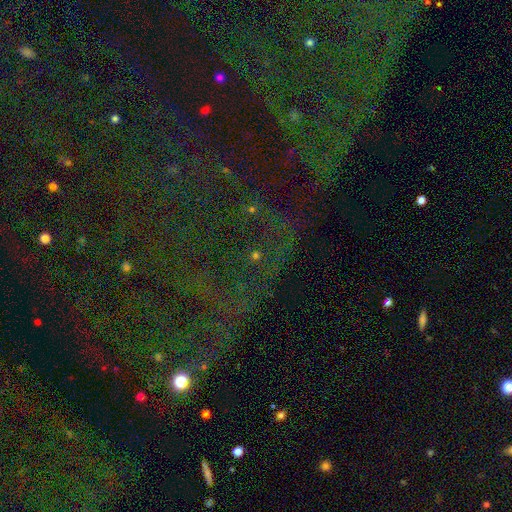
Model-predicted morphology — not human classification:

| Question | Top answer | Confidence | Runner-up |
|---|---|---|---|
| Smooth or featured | star or artifact | 69% | smooth (19%) |